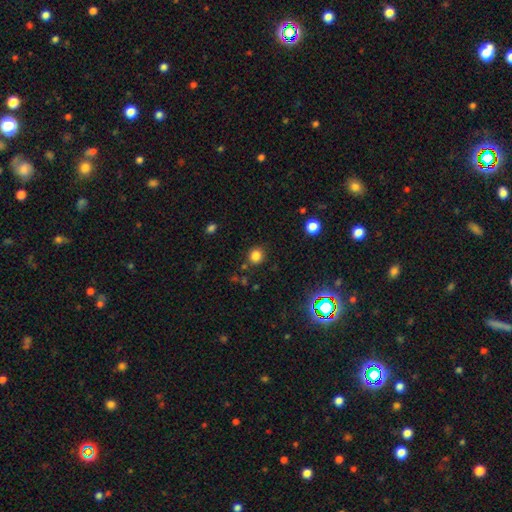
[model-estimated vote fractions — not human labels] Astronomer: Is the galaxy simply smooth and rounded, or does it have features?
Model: smooth — 82%.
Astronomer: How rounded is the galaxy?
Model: round — 85%.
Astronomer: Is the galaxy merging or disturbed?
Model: none — 85%.